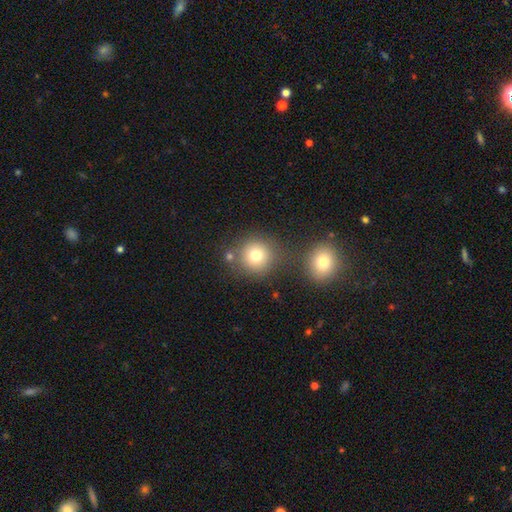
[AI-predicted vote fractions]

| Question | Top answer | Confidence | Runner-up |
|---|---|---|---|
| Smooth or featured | smooth | 77% | star or artifact (12%) |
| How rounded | round | 91% | in between (8%) |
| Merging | none | 70% | merger (17%) |